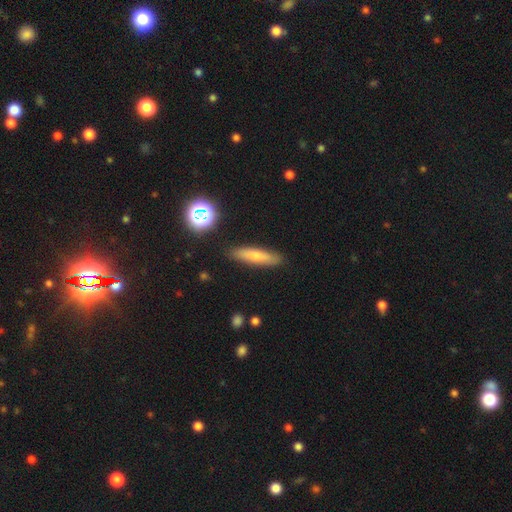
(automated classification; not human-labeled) This is likely a smooth galaxy (68%). How rounded: likely cigar-shaped (77%). Merging: clearly none (87%).